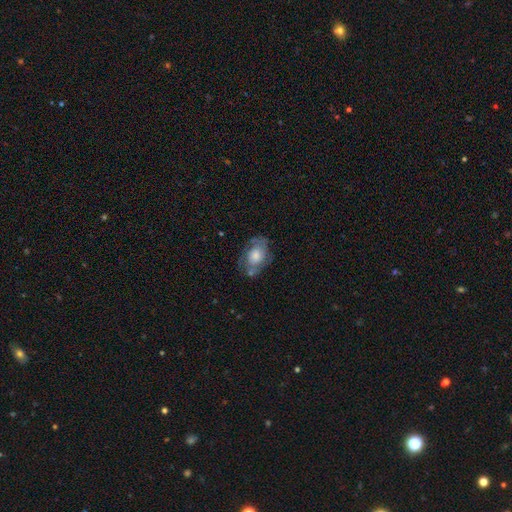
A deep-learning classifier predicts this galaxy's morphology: The model was most divided on "smooth or featured": featured or disk: 47%, smooth: 45%, star or artifact: 8%. More confident: merging — none (57%).